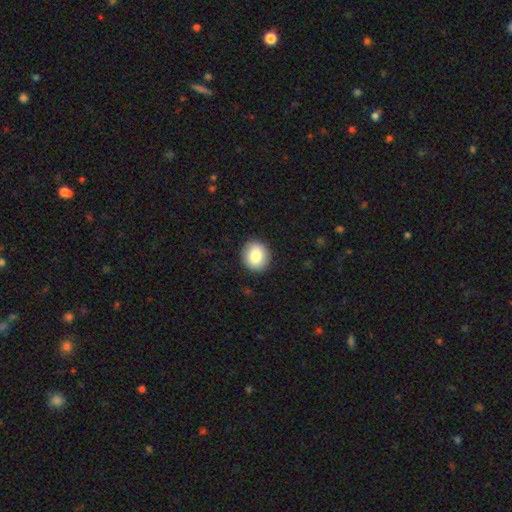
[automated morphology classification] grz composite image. It shows a smooth galaxy with no disk features (85%) that is round (77%). Merging: none (90%).